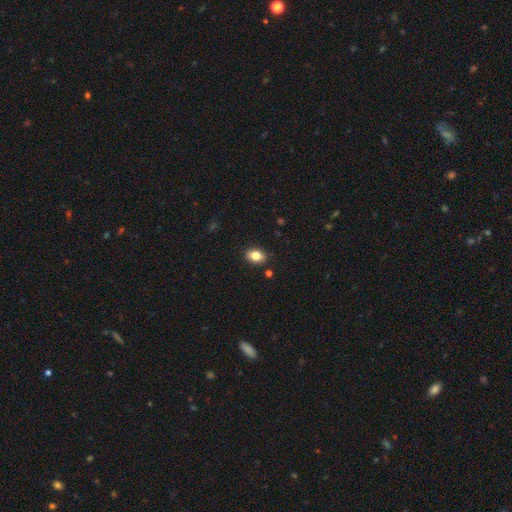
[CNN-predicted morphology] A smooth galaxy with no disk features (82%) that is in between round and cigar-shaped (77%). Merging: none (88%).